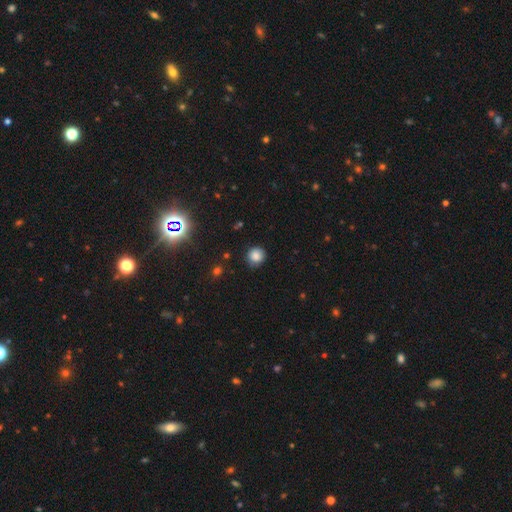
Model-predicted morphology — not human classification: Smooth or featured? smooth (83%)
How rounded? round (91%)
Merging? none (83%)